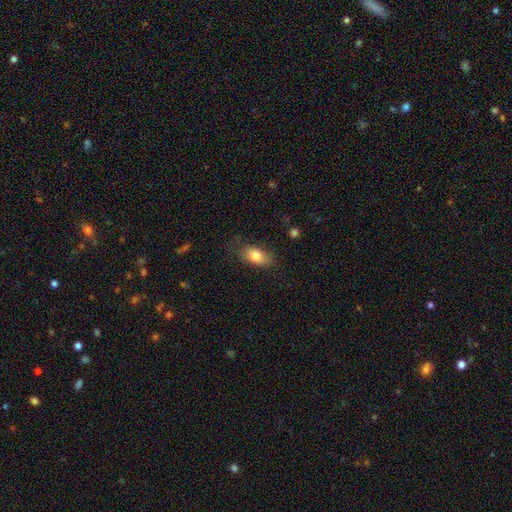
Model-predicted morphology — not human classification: smooth-or-featured: smooth: 80% | featured or disk: 12% | star or artifact: 8%
  how-rounded: in between: 88% | round: 7% | cigar-shaped: 4%
  merging: none: 71% | minor disturbance: 21% | major disturbance: 6% | merger: 1%